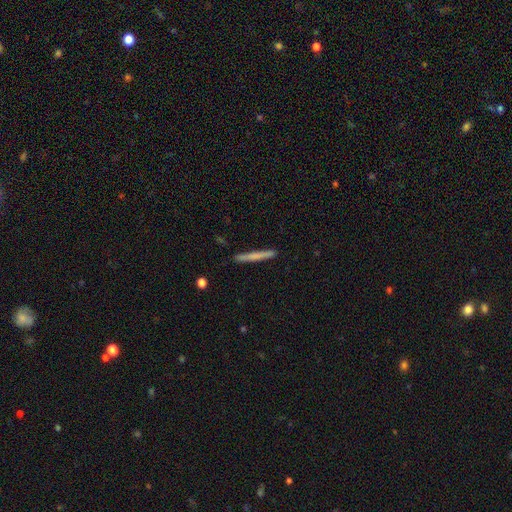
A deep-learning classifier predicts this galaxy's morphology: Smooth or featured? smooth (66%)
How rounded? cigar-shaped (97%)
Merging? none (89%)